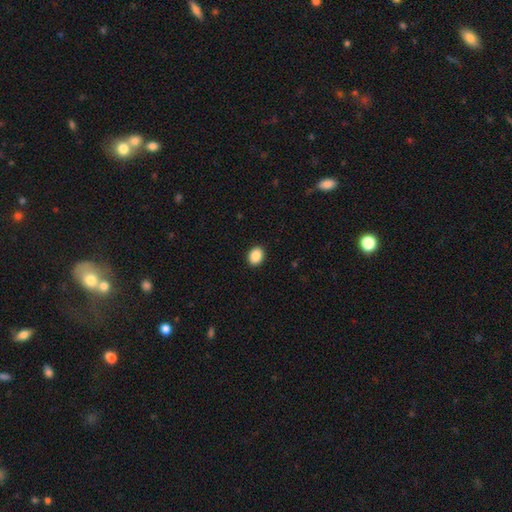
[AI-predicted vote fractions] smooth 89%, star or artifact 8%, featured or disk 3%. Down the decision tree: how rounded — in between (56%); merging — none (92%).